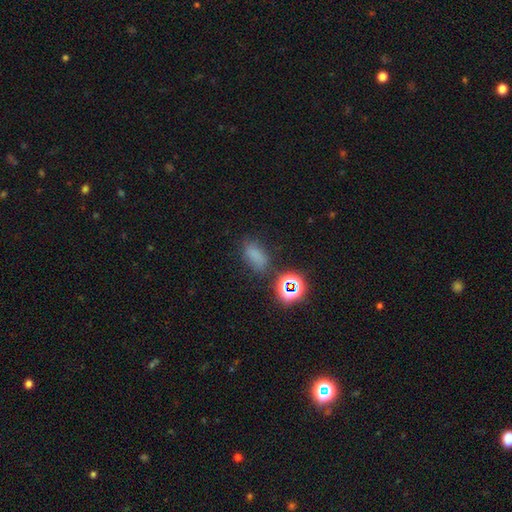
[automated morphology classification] Smooth or featured? smooth (68%)
How rounded? in between (82%)
Merging? none (67%)